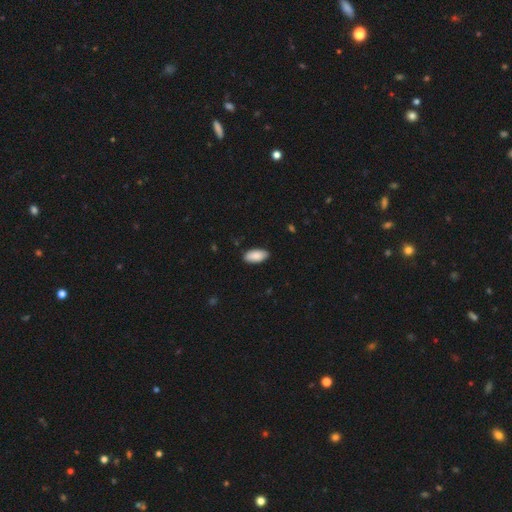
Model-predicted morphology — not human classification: This appears to be a smooth galaxy with no disk features (88%) that is in between round and cigar-shaped (93%). Merging: none (87%).